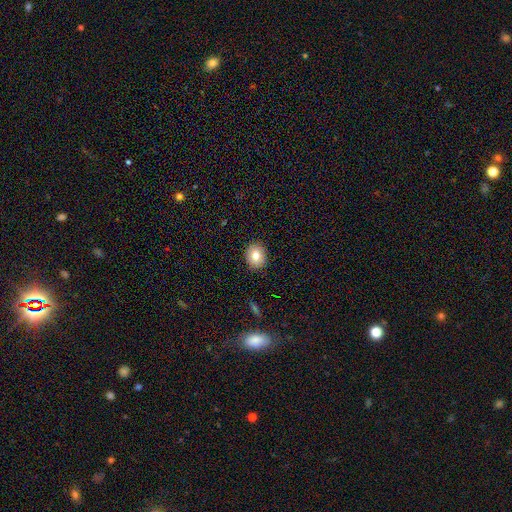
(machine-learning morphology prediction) Smooth or featured? Predicted: smooth (p=0.78). How rounded? Predicted: round (p=0.70). Merging? Predicted: none (p=0.90).